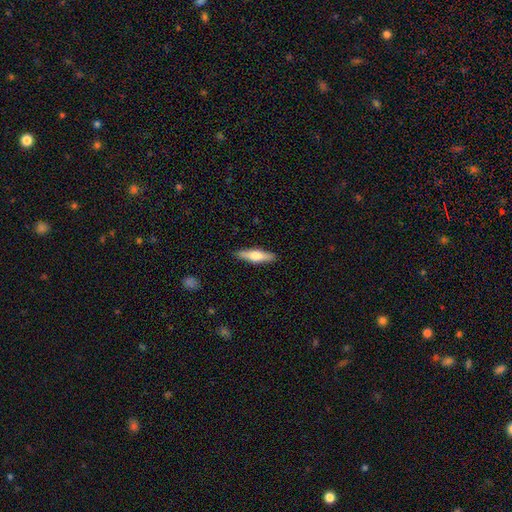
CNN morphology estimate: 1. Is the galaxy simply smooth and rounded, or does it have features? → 55% smooth, 39% featured or disk, 6% star or artifact.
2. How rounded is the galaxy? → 70% cigar-shaped, 28% in between, 2% round.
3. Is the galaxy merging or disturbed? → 89% none, 8% minor disturbance, 2% major disturbance, 1% merger.